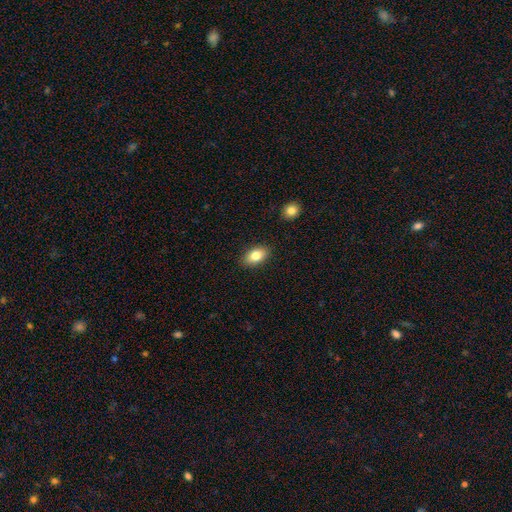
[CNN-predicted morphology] type=smooth (81%); roundness=in between (90%); merging=none (88%).